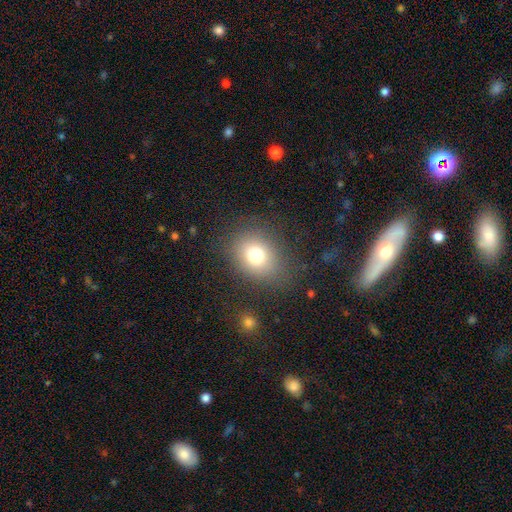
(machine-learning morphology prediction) The model was most divided on "how rounded": round: 58%, in between: 42%, cigar-shaped: 1%. More confident: merging — none (79%); smooth or featured — smooth (74%).